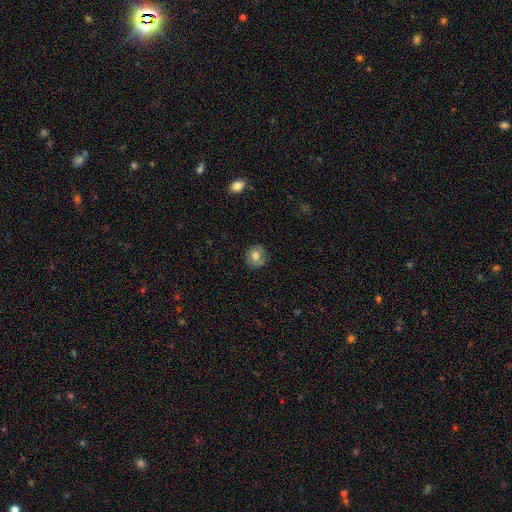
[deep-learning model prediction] A smooth galaxy with no disk features (71%) that is round (90%).

Vote fractions:
- Smooth or featured? smooth: 71% / featured or disk: 19% / star or artifact: 10%
- How rounded? round: 90% / in between: 9% / cigar-shaped: 1%
- Merging? none: 83% / minor disturbance: 13% / major disturbance: 3% / merger: 1%